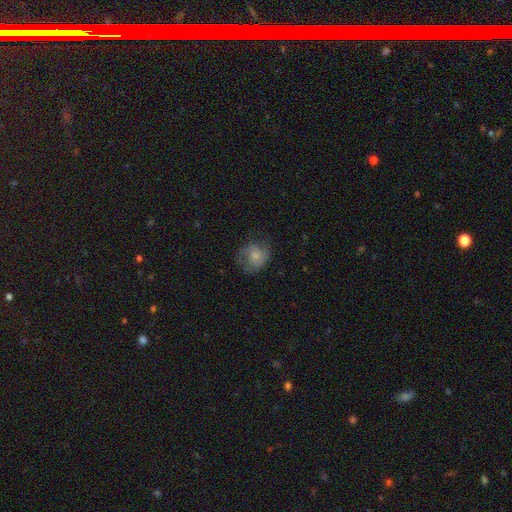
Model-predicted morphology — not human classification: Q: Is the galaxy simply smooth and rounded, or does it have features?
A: smooth — 53%.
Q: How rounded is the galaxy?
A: round — 70%.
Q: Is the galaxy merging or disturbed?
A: none — 55%.